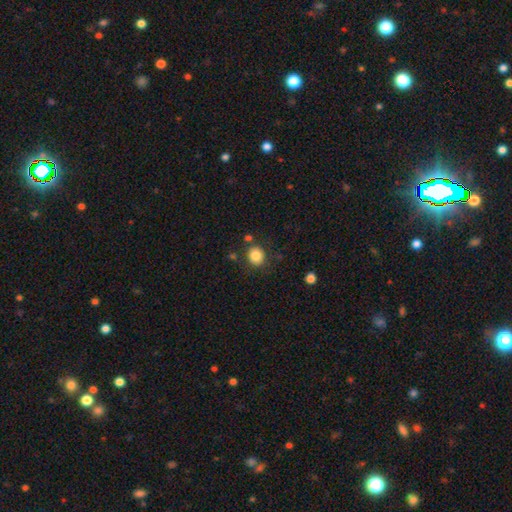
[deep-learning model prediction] Q: Smooth or featured?
A: smooth (84%); runner-up: star or artifact (10%)
Q: How rounded?
A: round (80%); runner-up: in between (19%)
Q: Merging?
A: none (82%); runner-up: minor disturbance (10%)